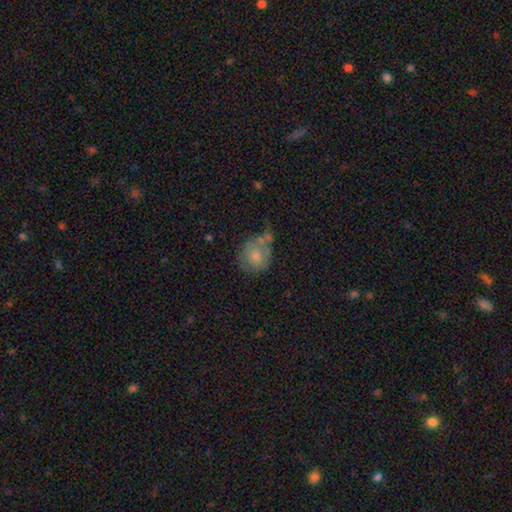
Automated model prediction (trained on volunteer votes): The model was most divided on "merging": none: 39%, minor disturbance: 25%, merger: 21%, major disturbance: 15%. More confident: how rounded — round (79%); smooth or featured — smooth (66%).